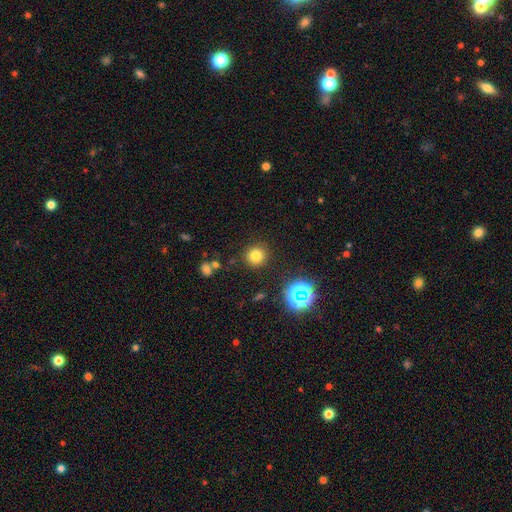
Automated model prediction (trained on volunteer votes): Smooth or featured? Predicted: smooth (p=0.75). How rounded? Predicted: round (p=0.92). Merging? Predicted: none (p=0.87).